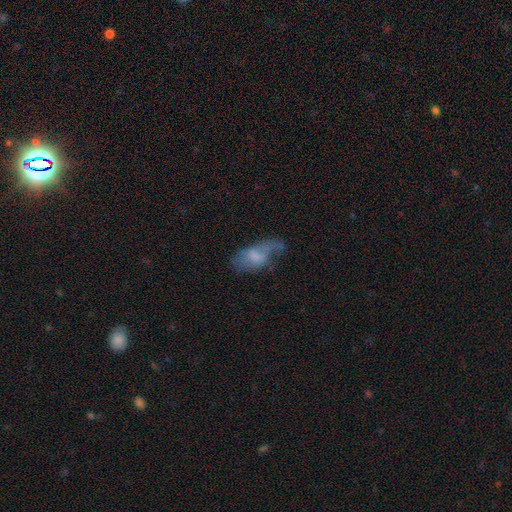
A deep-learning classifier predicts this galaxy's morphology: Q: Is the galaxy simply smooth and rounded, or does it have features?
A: smooth — 51%.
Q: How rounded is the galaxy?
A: in between — 87%.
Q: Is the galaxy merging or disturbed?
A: major disturbance — 34%.